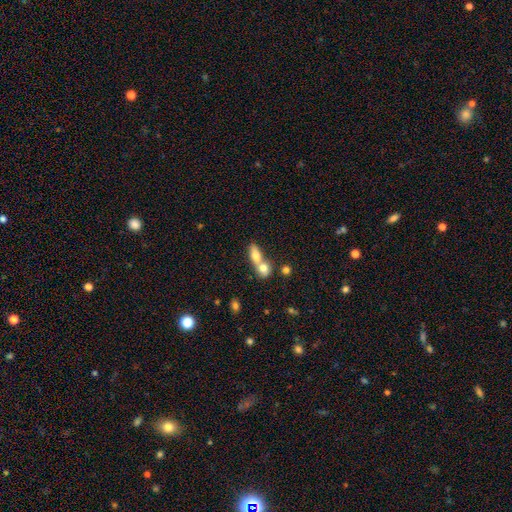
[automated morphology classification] A smooth galaxy with no disk features (74%) that is in between round and cigar-shaped (68%).

Vote fractions:
- Smooth or featured? smooth: 74% / featured or disk: 18% / star or artifact: 9%
- How rounded? in between: 68% / round: 20% / cigar-shaped: 12%
- Merging? merger: 69% / none: 21% / minor disturbance: 6% / major disturbance: 4%